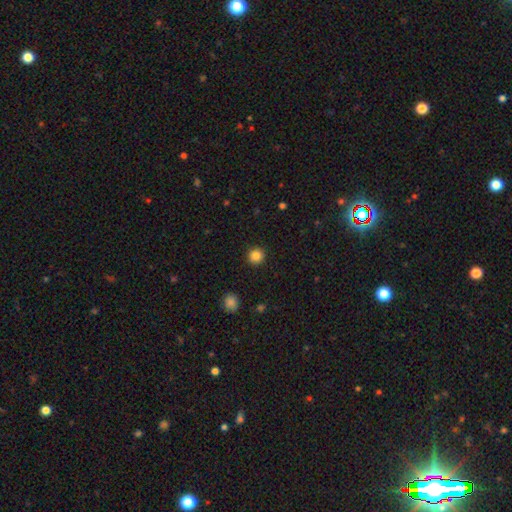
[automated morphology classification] Smooth or featured? smooth (86%)
How rounded? round (95%)
Merging? none (93%)